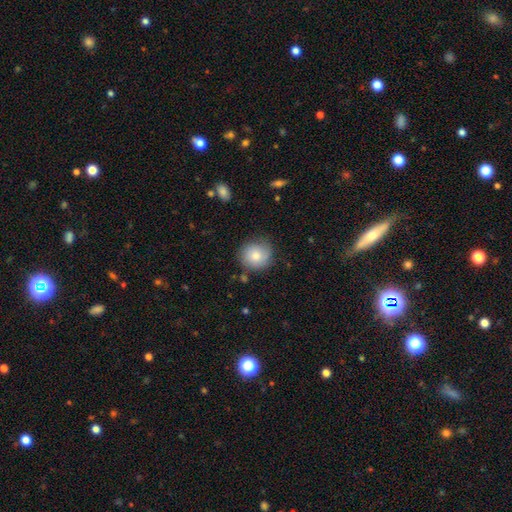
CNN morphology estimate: smooth_or_featured: smooth (p=0.79) [alt: featured or disk p=0.12]
how_rounded: round (p=0.91) [alt: in between p=0.08]
merging: none (p=0.78) [alt: minor disturbance p=0.16]